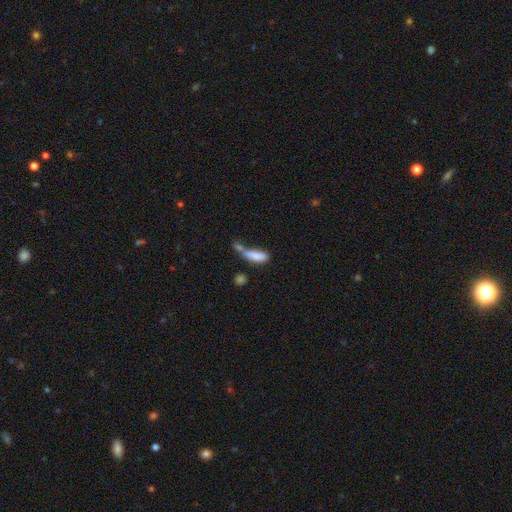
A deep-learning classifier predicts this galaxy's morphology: type=smooth (81%); roundness=in between (52%); merging=merger (40%).